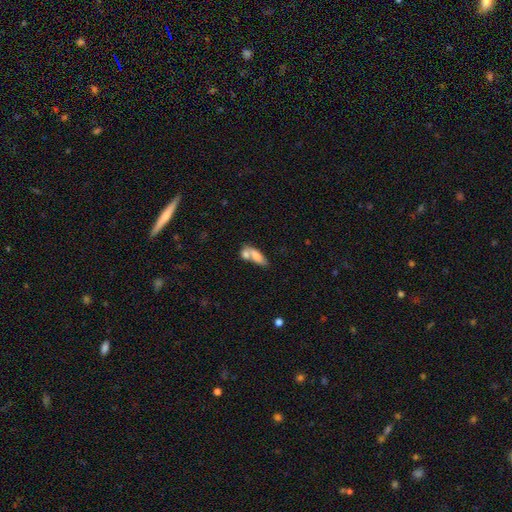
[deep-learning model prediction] smooth_or_featured: smooth (p=0.74) [alt: featured or disk p=0.19]
how_rounded: in between (p=0.66) [alt: cigar-shaped p=0.31]
merging: merger (p=0.53) [alt: none p=0.31]